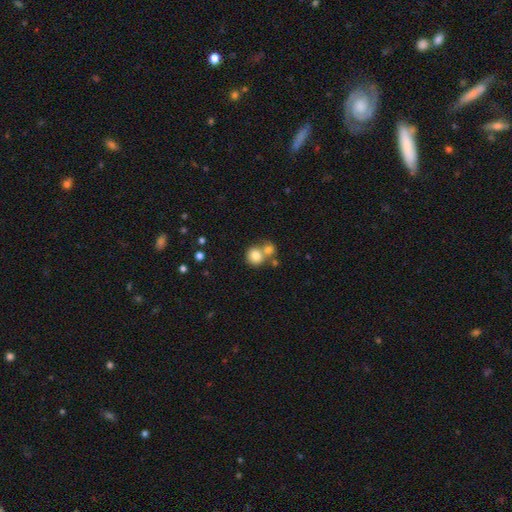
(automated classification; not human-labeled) Smooth or featured? smooth (79%)
How rounded? round (82%)
Merging? merger (48%)